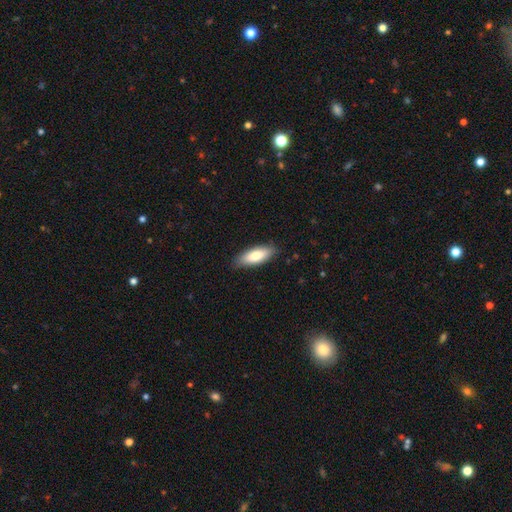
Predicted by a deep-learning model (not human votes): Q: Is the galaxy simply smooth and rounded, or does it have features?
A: smooth — 78%.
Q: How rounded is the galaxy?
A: in between — 72%.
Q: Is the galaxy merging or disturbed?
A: none — 86%.